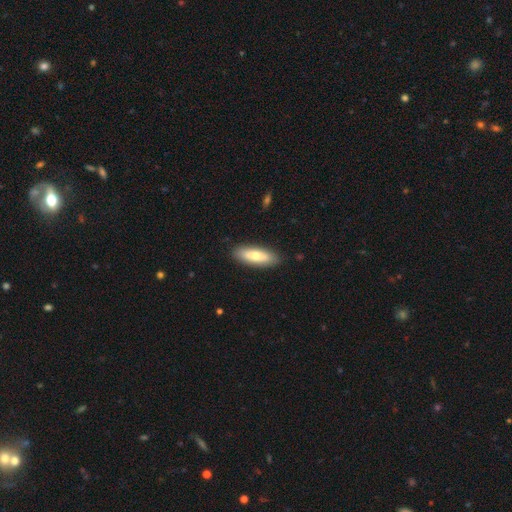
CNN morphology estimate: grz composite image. It shows a smooth galaxy with no disk features (67%) that is in between round and cigar-shaped (64%). Merging: none (87%).